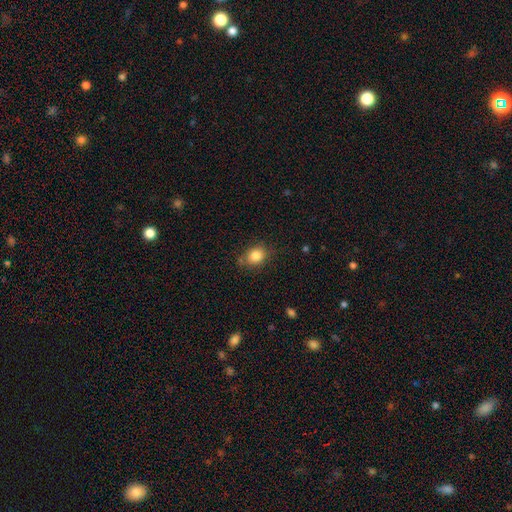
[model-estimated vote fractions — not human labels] Morphology: type=smooth (84%); roundness=in between (52%); merging=none (75%).